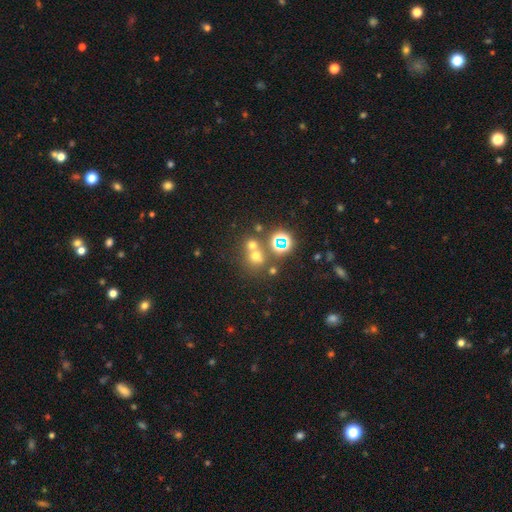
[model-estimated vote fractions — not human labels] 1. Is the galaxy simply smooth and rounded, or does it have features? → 56% smooth, 31% star or artifact, 13% featured or disk.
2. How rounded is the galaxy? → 82% round, 17% in between, 1% cigar-shaped.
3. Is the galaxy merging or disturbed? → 52% none, 36% merger, 8% minor disturbance, 4% major disturbance.